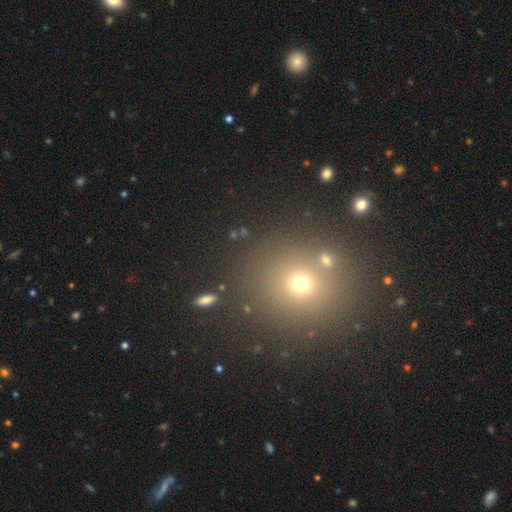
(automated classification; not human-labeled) Smooth or featured: smooth — 55% (star or artifact — 36%)
How rounded: round — 86% (in between — 13%)
Merging: none — 83% (merger — 7%)